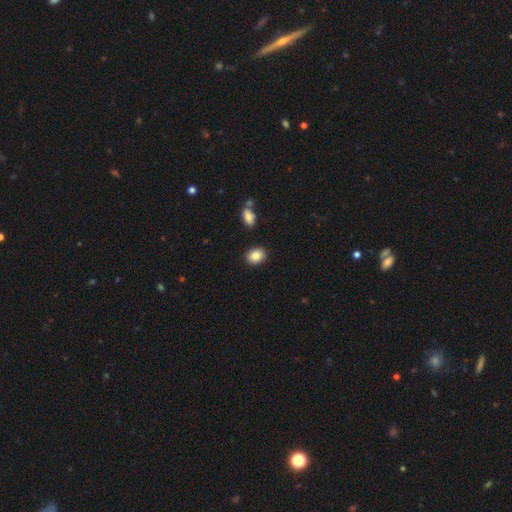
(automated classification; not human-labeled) The model was most divided on "how rounded": in between: 52%, round: 47%, cigar-shaped: 1%. More confident: merging — none (89%); smooth or featured — smooth (87%).